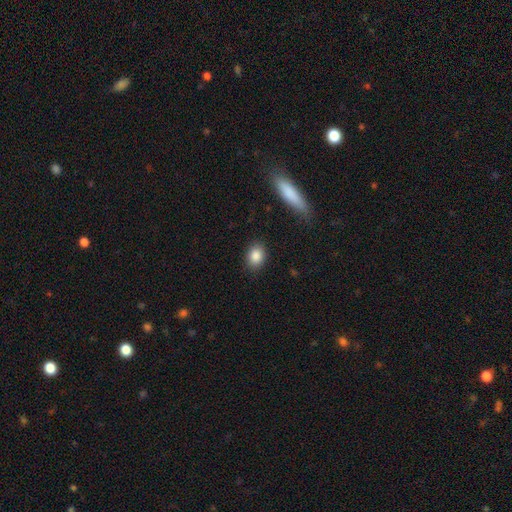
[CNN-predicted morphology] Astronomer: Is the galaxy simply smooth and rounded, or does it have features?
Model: smooth — 86%.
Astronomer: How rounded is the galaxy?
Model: in between — 67%.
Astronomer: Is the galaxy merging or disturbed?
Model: none — 86%.